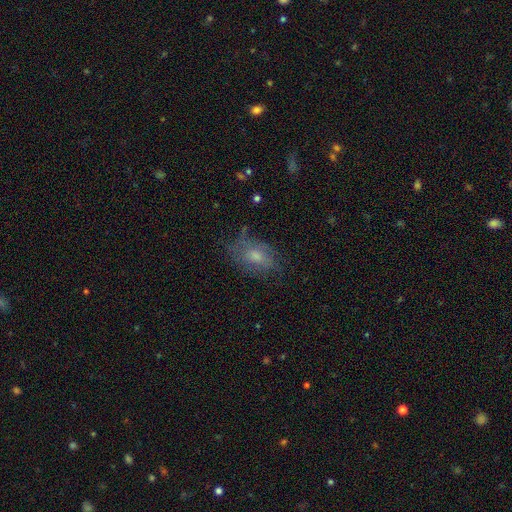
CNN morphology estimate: This appears to be a smooth galaxy with no disk features (58%) that is in between round and cigar-shaped (85%). Merging: none (61%).